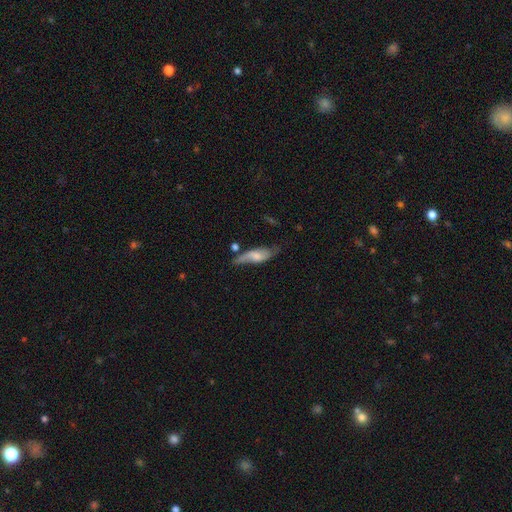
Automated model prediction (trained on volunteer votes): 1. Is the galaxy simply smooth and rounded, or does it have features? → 50% featured or disk, 43% smooth, 7% star or artifact.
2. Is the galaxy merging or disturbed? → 49% none, 30% minor disturbance, 14% major disturbance, 8% merger.